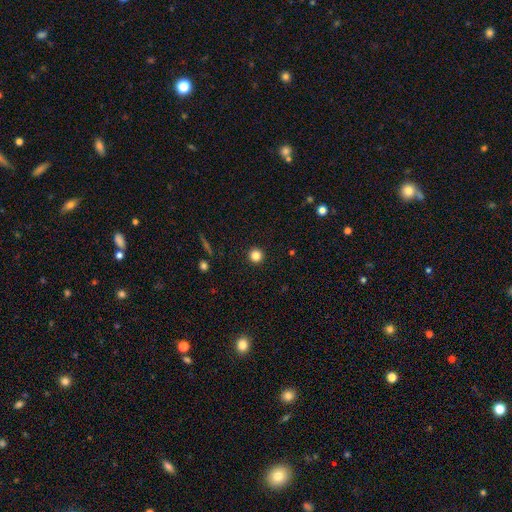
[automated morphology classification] smooth_or_featured: smooth (p=0.83) [alt: star or artifact p=0.12]
how_rounded: round (p=0.96) [alt: in between p=0.03]
merging: none (p=0.93) [alt: minor disturbance p=0.04]